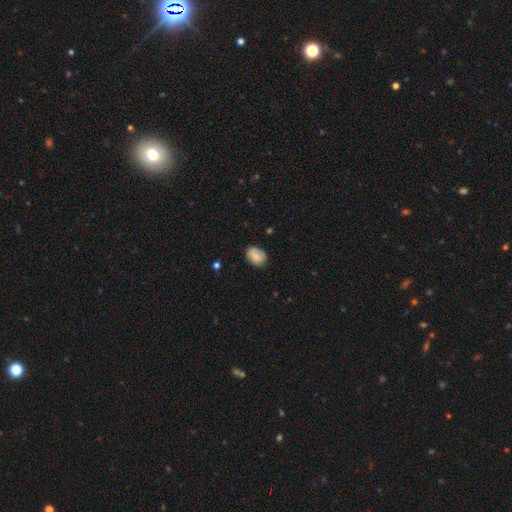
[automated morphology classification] Smooth or featured?
  - smooth: 82% *
  - featured or disk: 10%
  - star or artifact: 7%
How rounded?
  - in between: 76% *
  - round: 23%
  - cigar-shaped: 1%
Merging?
  - none: 77% *
  - minor disturbance: 18%
  - major disturbance: 3%
  - merger: 2%